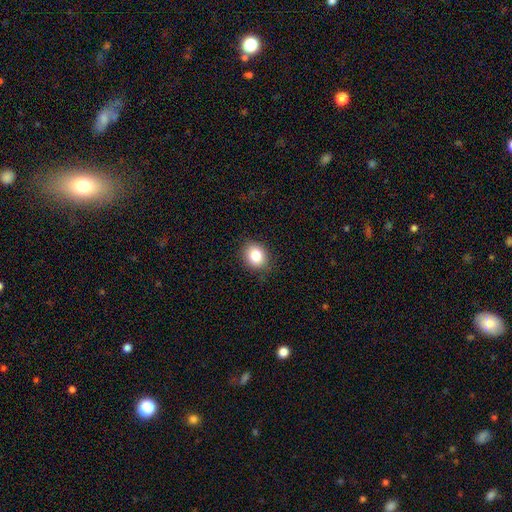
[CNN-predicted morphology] smooth 83%, star or artifact 10%, featured or disk 7%. Down the decision tree: how rounded — round (59%); merging — none (87%).